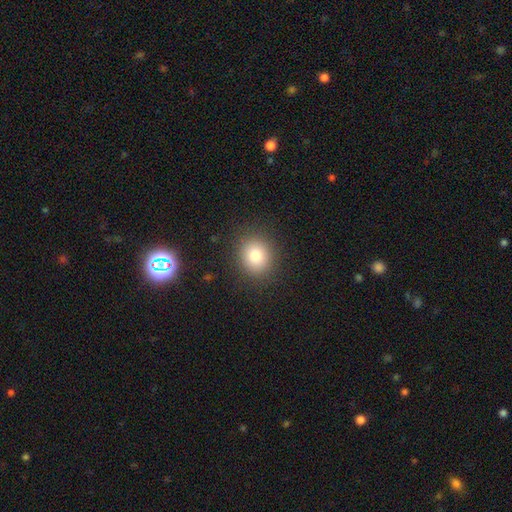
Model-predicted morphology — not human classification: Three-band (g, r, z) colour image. It shows a smooth galaxy with no disk features (81%) that is round (72%). Merging: none (88%).